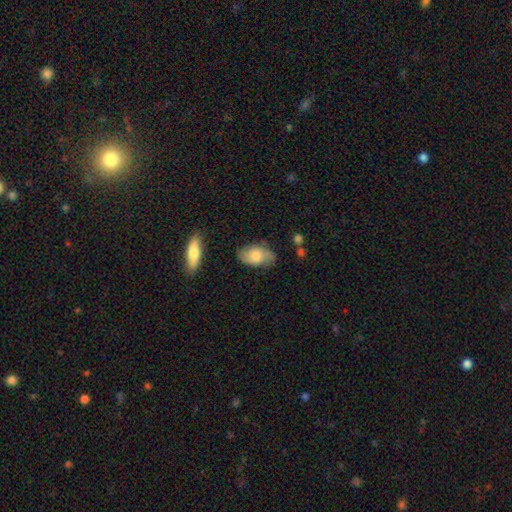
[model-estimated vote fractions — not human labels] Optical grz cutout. It shows a smooth galaxy with no disk features (62%) that is in between round and cigar-shaped (92%). Merging: none (69%).